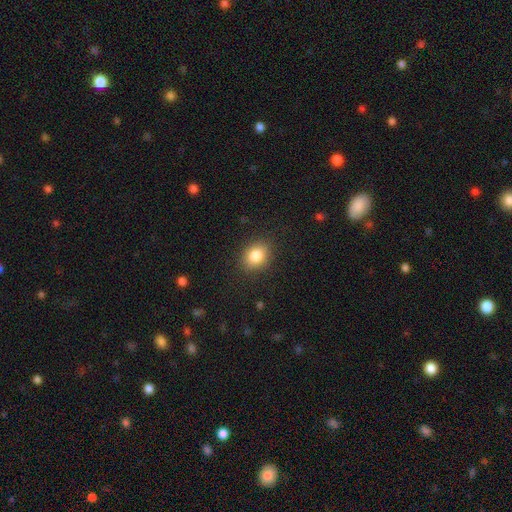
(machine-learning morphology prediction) A smooth galaxy with no disk features (84%) that is round (51%). Merging: none (87%).